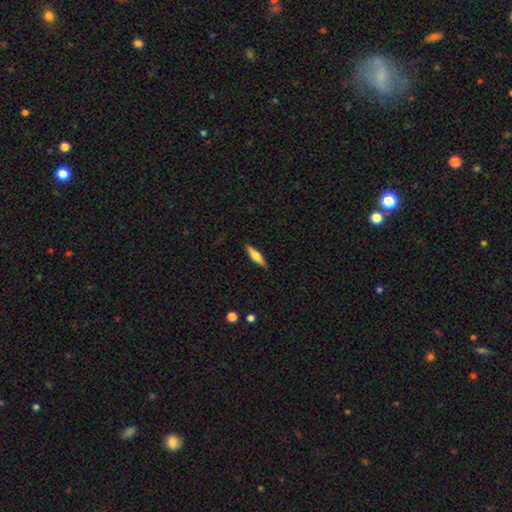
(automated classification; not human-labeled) Q: Smooth or featured?
A: smooth (51%); runner-up: featured or disk (43%)
Q: How rounded?
A: cigar-shaped (72%); runner-up: in between (26%)
Q: Merging?
A: none (89%); runner-up: minor disturbance (8%)